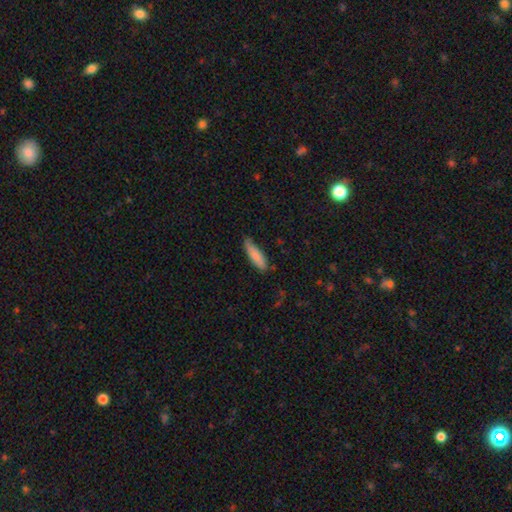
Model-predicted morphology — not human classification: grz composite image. It shows a smooth galaxy with no disk features (84%) that is cigar-shaped (64%). Merging: none (71%).